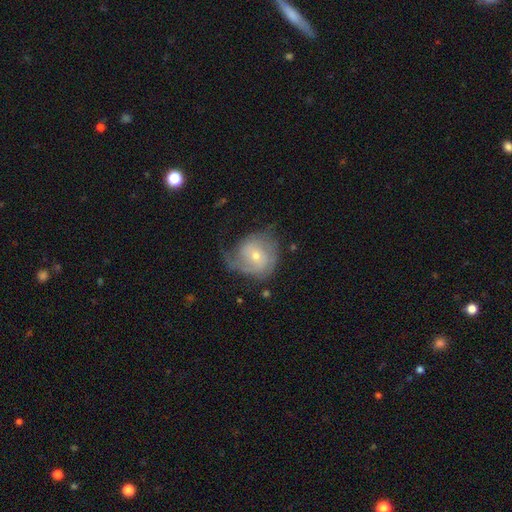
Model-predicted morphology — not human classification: Smooth or featured? Predicted: featured or disk (p=0.69). Edge-on disk? Predicted: no (p=0.97). Bar? Predicted: no (p=0.60). Spiral arms? Predicted: yes (p=0.87). Spiral winding? Predicted: tight (p=0.42). Spiral arm count? Predicted: 2 (p=0.32). Bulge size? Predicted: small (p=0.59). Merging? Predicted: none (p=0.47).